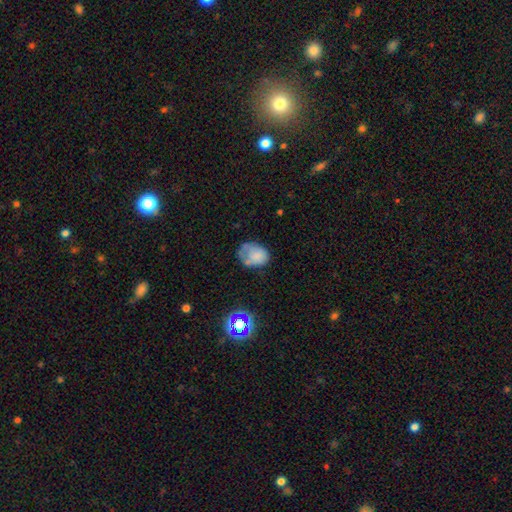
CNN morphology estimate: Smooth or featured? Predicted: smooth (p=0.69). How rounded? Predicted: in between (p=0.72). Merging? Predicted: none (p=0.42).